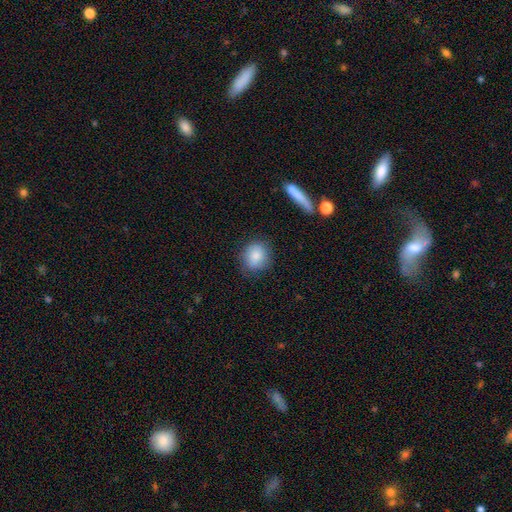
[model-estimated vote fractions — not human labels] Q: Smooth or featured?
A: smooth (85%); runner-up: featured or disk (8%)
Q: How rounded?
A: round (74%); runner-up: in between (25%)
Q: Merging?
A: none (79%); runner-up: minor disturbance (16%)